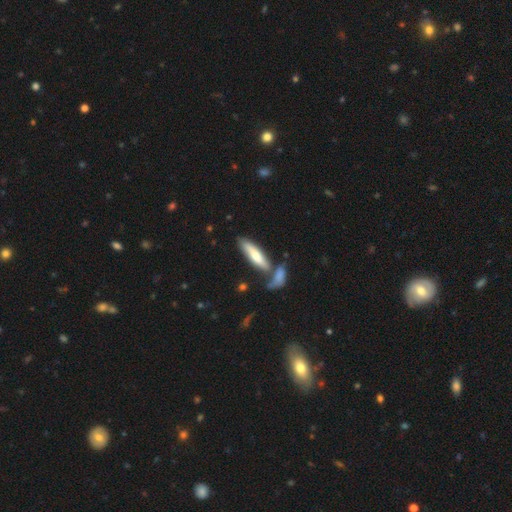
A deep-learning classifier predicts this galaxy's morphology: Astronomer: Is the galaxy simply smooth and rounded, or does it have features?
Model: smooth — 65%.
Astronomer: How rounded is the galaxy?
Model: cigar-shaped — 69%.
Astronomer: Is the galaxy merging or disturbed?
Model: none — 54%.